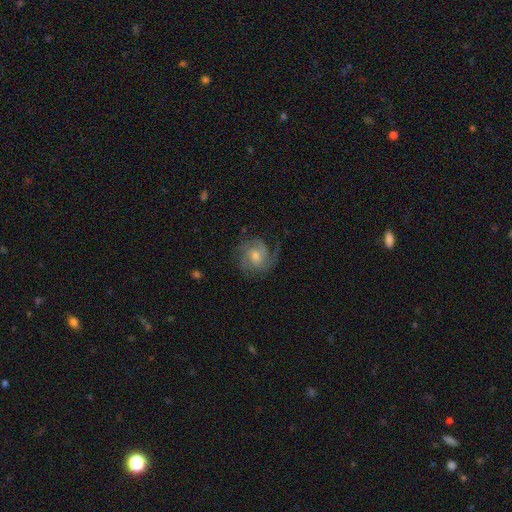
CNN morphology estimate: type=featured or disk (78%); edge-on=no (98%); bar=no (57%); spiral arms=yes (95%); winding=tight (47%); arm count=3 (35%); bulge=moderate (55%); merging=none (73%).